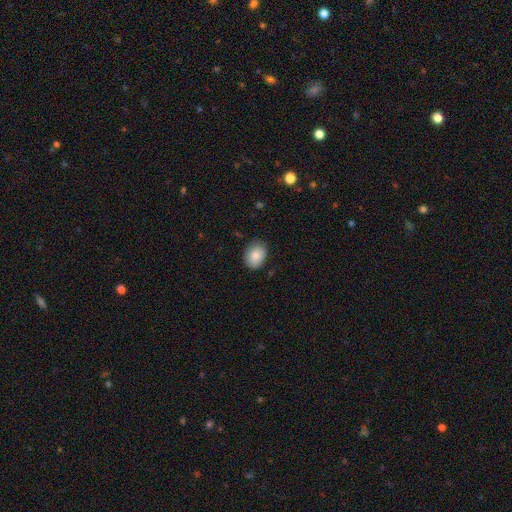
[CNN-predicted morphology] This appears to be a smooth galaxy with no disk features (86%) that is in between round and cigar-shaped (67%). Merging: none (79%).